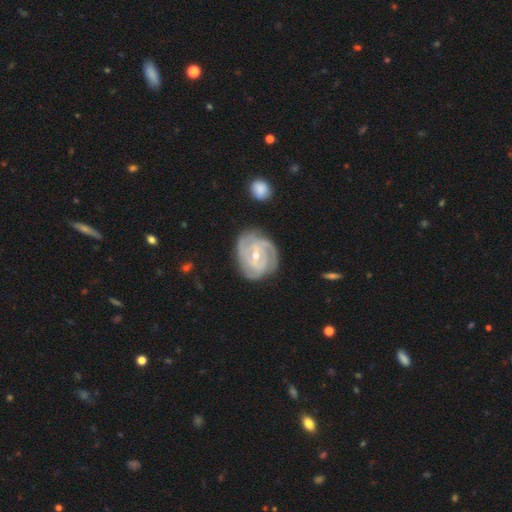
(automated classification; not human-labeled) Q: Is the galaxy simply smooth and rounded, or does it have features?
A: featured or disk — 87%.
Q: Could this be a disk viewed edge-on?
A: no — 97%.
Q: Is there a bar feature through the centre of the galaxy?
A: weak — 46%.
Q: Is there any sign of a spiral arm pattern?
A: yes — 96%.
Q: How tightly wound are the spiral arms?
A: tight — 69%.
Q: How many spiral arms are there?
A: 3 — 34%.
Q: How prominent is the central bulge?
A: small — 51%.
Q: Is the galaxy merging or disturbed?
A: none — 69%.